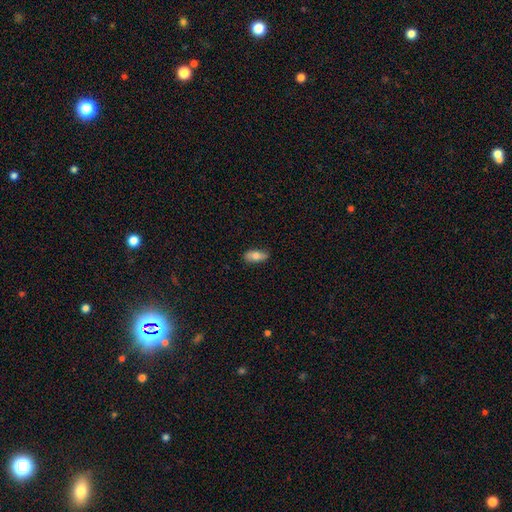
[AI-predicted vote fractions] The model was most divided on "smooth or featured": smooth: 77%, featured or disk: 17%, star or artifact: 6%. More confident: how rounded — in between (85%); merging — none (83%).